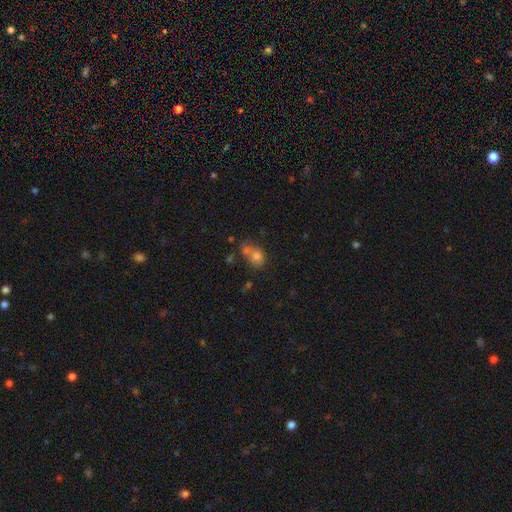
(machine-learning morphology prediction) Smooth or featured?
  - smooth: 67% *
  - featured or disk: 16%
  - star or artifact: 16%
How rounded?
  - round: 57% *
  - in between: 41%
  - cigar-shaped: 2%
Merging?
  - merger: 40% *
  - none: 36%
  - minor disturbance: 15%
  - major disturbance: 9%